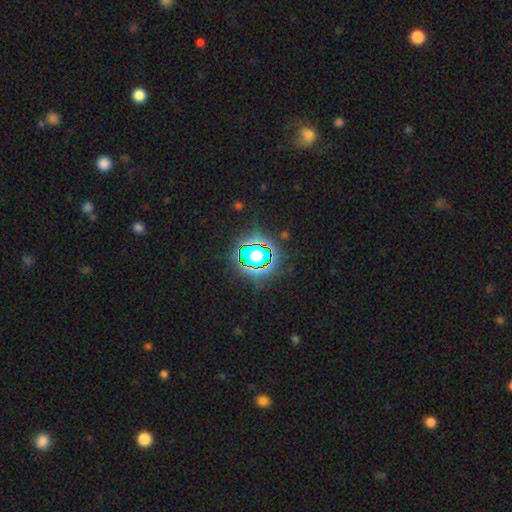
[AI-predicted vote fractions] Morphology: type=star or artifact (63%).